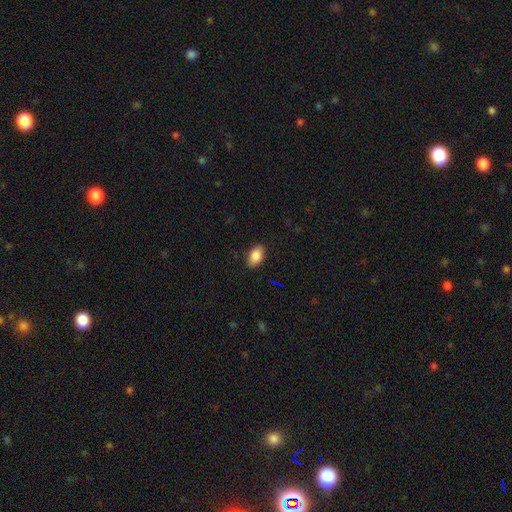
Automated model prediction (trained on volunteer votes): Morphology: type=smooth (87%); roundness=in between (91%); merging=none (87%).